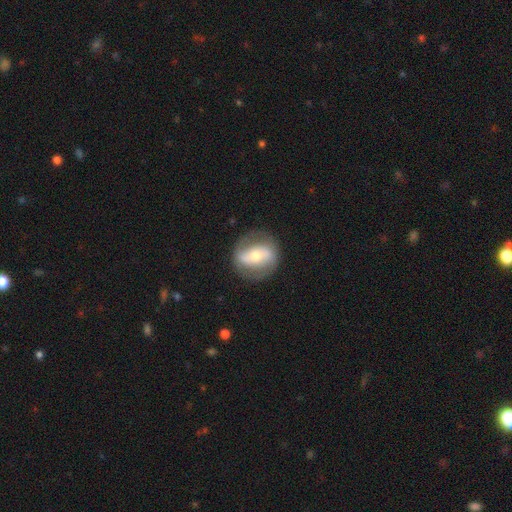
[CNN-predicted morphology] Smooth or featured?
  - featured or disk: 67% *
  - smooth: 26%
  - star or artifact: 7%
Edge-on disk?
  - no: 93% *
  - yes: 7%
Bar?
  - strong: 49% *
  - weak: 27%
  - no: 24%
Spiral arms?
  - yes: 63% *
  - no: 37%
Bulge size?
  - moderate: 56% *
  - small: 36%
  - large: 5%
  - dominant: 1%
  - none: 1%
Merging?
  - none: 80% *
  - minor disturbance: 12%
  - major disturbance: 7%
  - merger: 1%